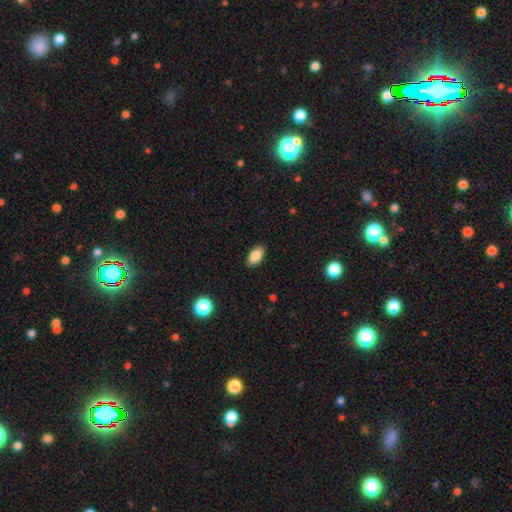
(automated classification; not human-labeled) smooth_or_featured: smooth (p=0.86) [alt: star or artifact p=0.08]
how_rounded: in between (p=0.93) [alt: round p=0.04]
merging: none (p=0.89) [alt: minor disturbance p=0.09]